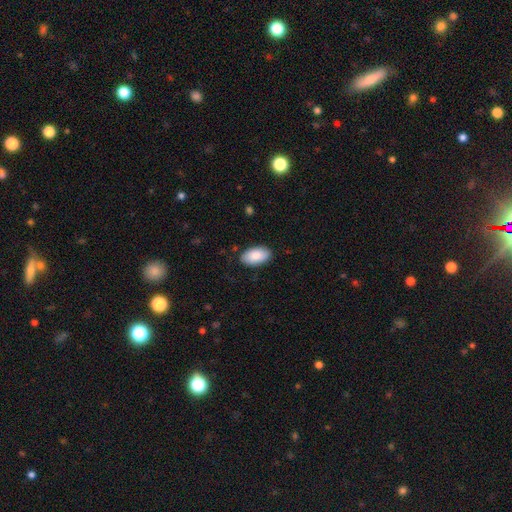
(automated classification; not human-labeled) A smooth galaxy with no disk features (87%) that is in between round and cigar-shaped (95%). Merging: none (86%).